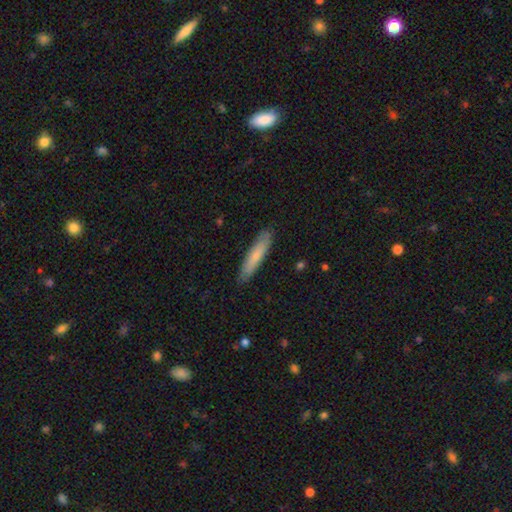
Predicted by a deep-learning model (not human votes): Smooth or featured? Predicted: smooth (p=0.72). How rounded? Predicted: cigar-shaped (p=0.86). Merging? Predicted: none (p=0.86).